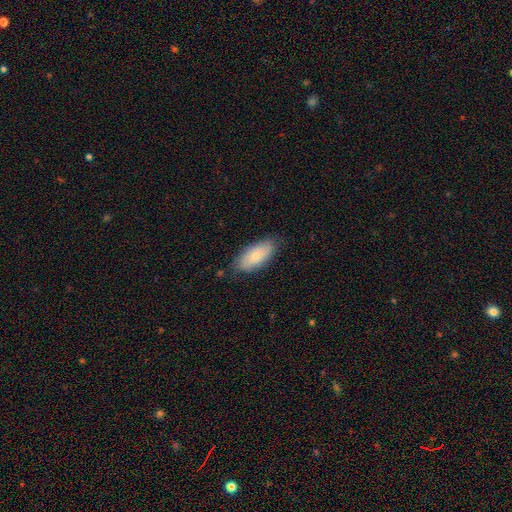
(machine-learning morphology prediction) type=smooth (74%); roundness=in between (89%); merging=none (79%).